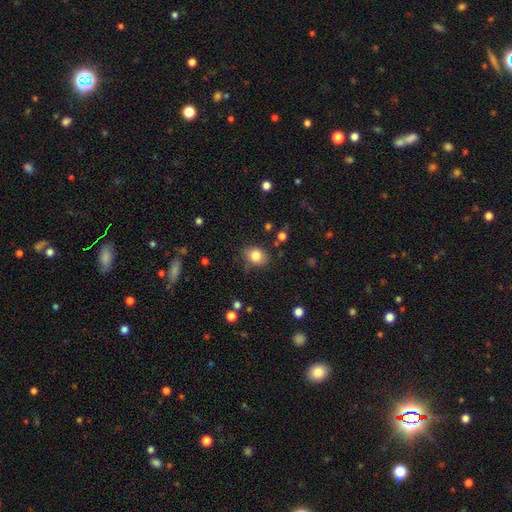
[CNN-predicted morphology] Smooth or featured? smooth (83%)
How rounded? round (54%)
Merging? none (77%)